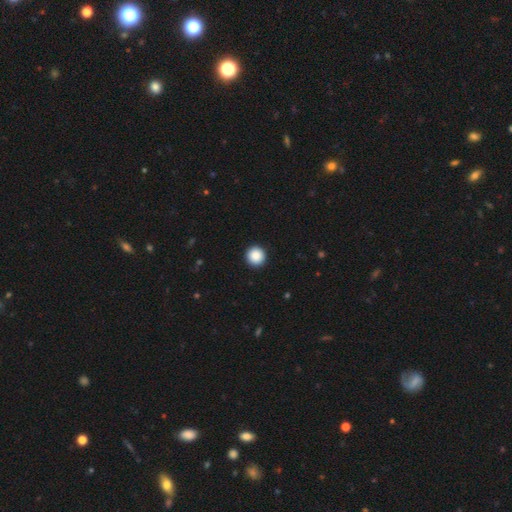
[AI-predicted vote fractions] Smooth or featured: smooth — 89% (star or artifact — 8%)
How rounded: round — 96% (in between — 3%)
Merging: none — 94% (minor disturbance — 4%)